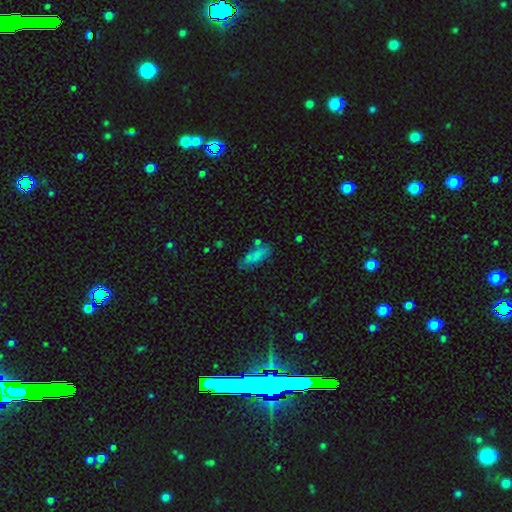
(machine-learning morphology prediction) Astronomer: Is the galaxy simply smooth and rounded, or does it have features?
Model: smooth — 77%.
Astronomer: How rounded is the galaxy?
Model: in between — 73%.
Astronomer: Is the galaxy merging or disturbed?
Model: none — 63%.